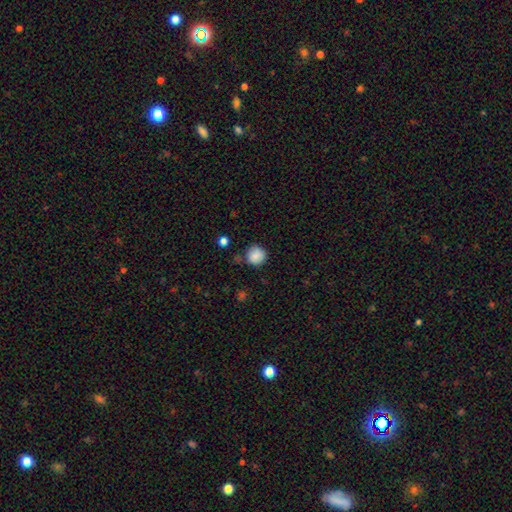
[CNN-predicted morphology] Overall: smooth (86%). How rounded: round (89%). Merging: none (77%).